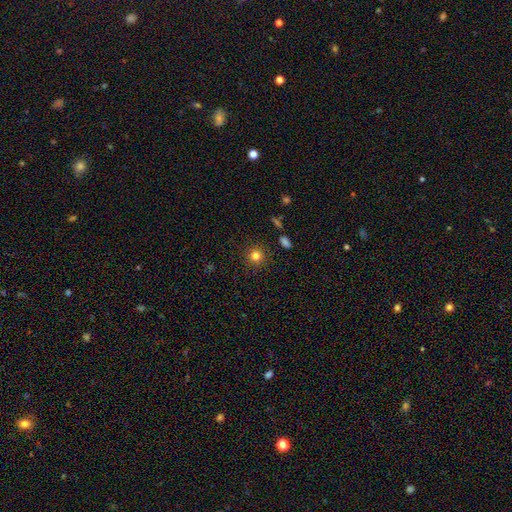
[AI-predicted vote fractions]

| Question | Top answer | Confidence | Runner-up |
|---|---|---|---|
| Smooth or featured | smooth | 81% | star or artifact (13%) |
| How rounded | round | 93% | in between (6%) |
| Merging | none | 90% | minor disturbance (6%) |